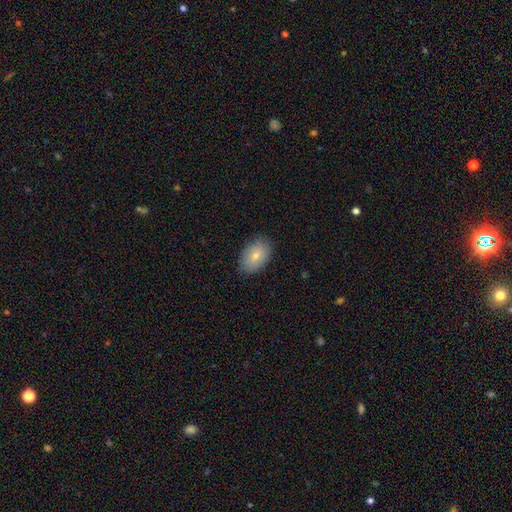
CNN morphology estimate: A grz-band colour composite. It shows a smooth galaxy with no disk features (76%) that is in between round and cigar-shaped (89%). Merging: none (83%).